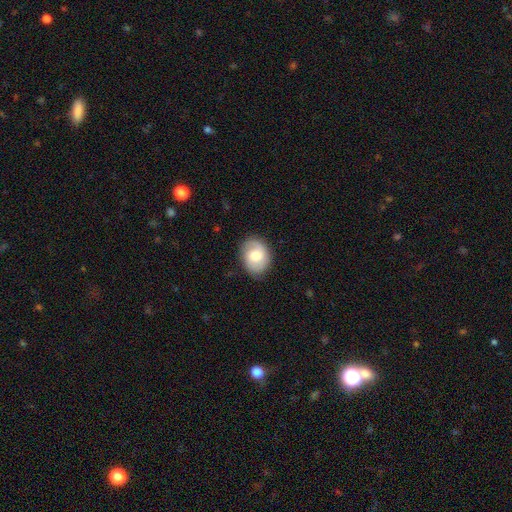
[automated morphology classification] smooth 57%, featured or disk 36%, star or artifact 7%. Down the decision tree: how rounded — in between (58%); merging — none (81%).